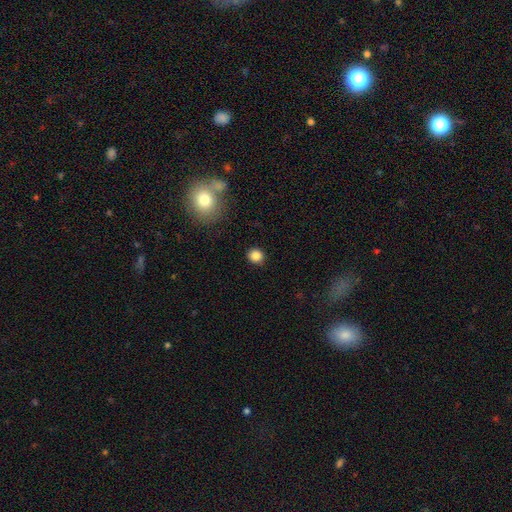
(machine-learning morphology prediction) Q: Smooth or featured?
A: smooth (85%); runner-up: star or artifact (11%)
Q: How rounded?
A: round (85%); runner-up: in between (14%)
Q: Merging?
A: none (90%); runner-up: minor disturbance (6%)